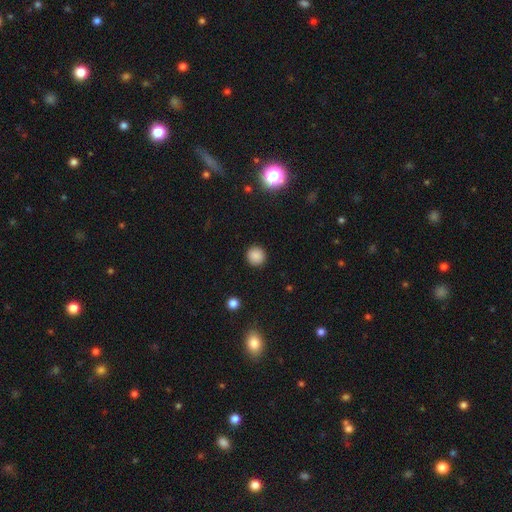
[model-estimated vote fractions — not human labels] smooth_or_featured: smooth (p=0.86) [alt: star or artifact p=0.11]
how_rounded: round (p=0.94) [alt: in between p=0.05]
merging: none (p=0.92) [alt: minor disturbance p=0.05]